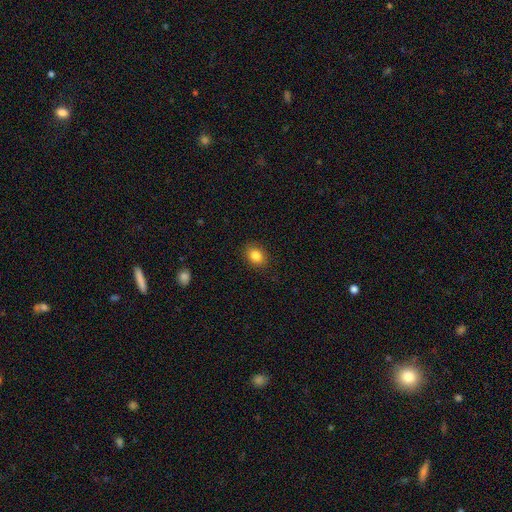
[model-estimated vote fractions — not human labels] A smooth galaxy with no disk features (84%) that is in between round and cigar-shaped (58%).

Vote fractions:
- Smooth or featured? smooth: 84% / star or artifact: 10% / featured or disk: 6%
- How rounded? in between: 58% / round: 41% / cigar-shaped: 1%
- Merging? none: 87% / minor disturbance: 9% / major disturbance: 2% / merger: 1%